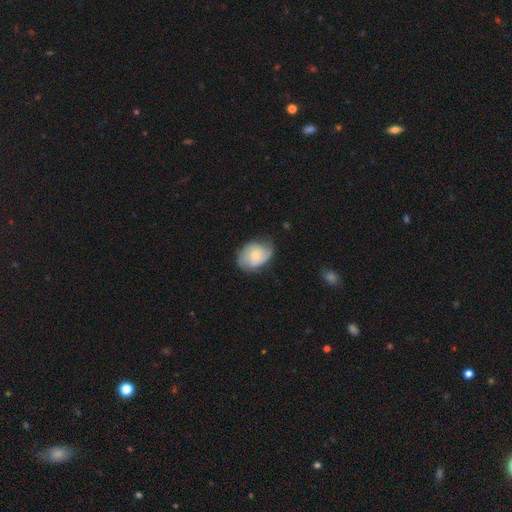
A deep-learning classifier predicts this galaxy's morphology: featured or disk 54%, smooth 39%, star or artifact 6%. Down the decision tree: edge-on disk — no (96%); bar — no (78%); spiral arms — yes (83%); bulge size — small (59%); merging — none (58%).